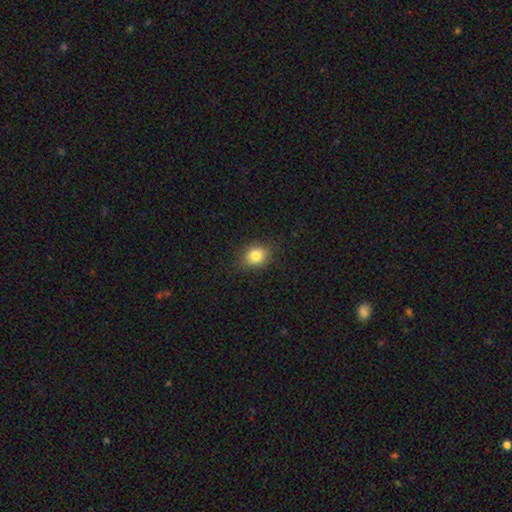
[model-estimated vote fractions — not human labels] smooth-or-featured: smooth: 82% | star or artifact: 11% | featured or disk: 7%
  how-rounded: round: 62% | in between: 37% | cigar-shaped: 1%
  merging: none: 84% | minor disturbance: 12% | major disturbance: 3% | merger: 1%